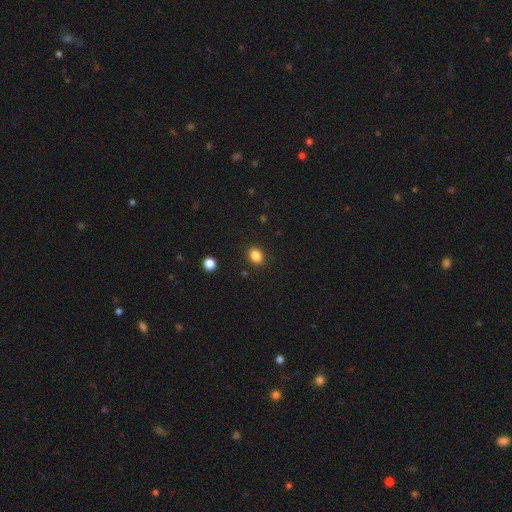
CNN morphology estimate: type=smooth (85%); roundness=in between (66%); merging=none (88%).